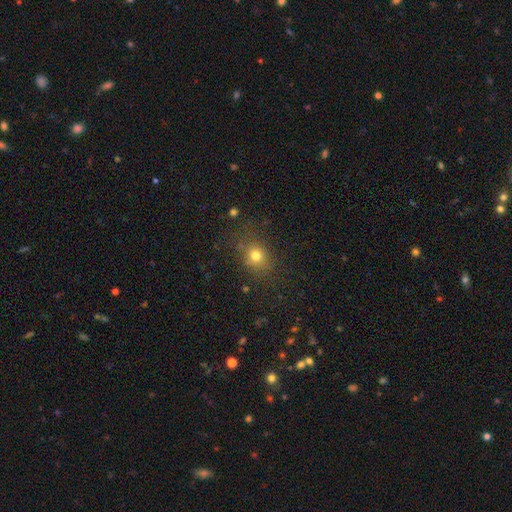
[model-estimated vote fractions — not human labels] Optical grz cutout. It shows a smooth galaxy with no disk features (75%) that is round (72%). Merging: none (78%).